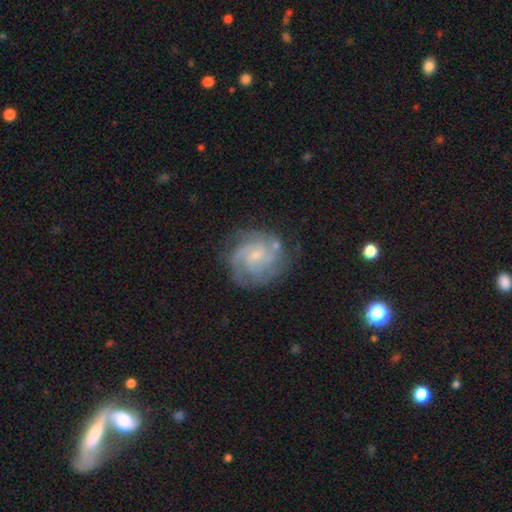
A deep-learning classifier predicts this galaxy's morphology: Smooth or featured?
  - featured or disk: 83% *
  - smooth: 11%
  - star or artifact: 6%
Edge-on disk?
  - no: 98% *
  - yes: 2%
Bar?
  - no: 57% *
  - weak: 38%
  - strong: 5%
Spiral arms?
  - yes: 95% *
  - no: 5%
Spiral winding?
  - tight: 56% *
  - medium: 36%
  - loose: 8%
Spiral arm count?
  - 3: 35% *
  - can't tell: 23%
  - 2: 20%
  - 4: 12%
  - 1: 5%
  - more than 4: 5%
Bulge size?
  - small: 72% *
  - moderate: 20%
  - none: 6%
  - large: 1%
  - dominant: 1%
Merging?
  - none: 72% *
  - minor disturbance: 18%
  - major disturbance: 7%
  - merger: 3%